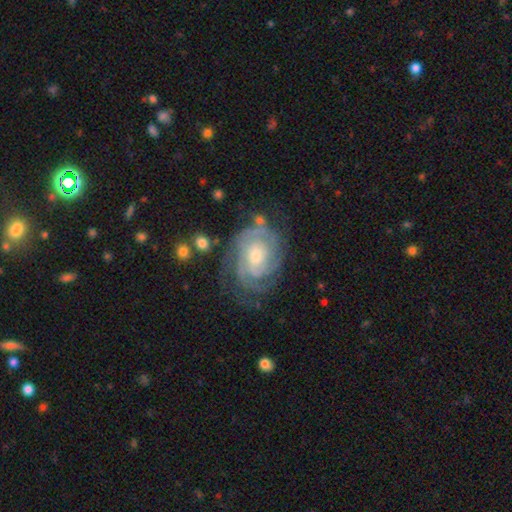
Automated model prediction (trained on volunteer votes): The model was most divided on "spiral arm count": can't tell: 33%, 3: 23%, 2: 20%, 4: 12%, more than 4: 6%, 1: 5%. More confident: edge-on disk — no (97%); spiral arms — yes (96%); smooth or featured — featured or disk (86%); spiral winding — tight (74%); bar — no (69%); merging — none (68%); bulge size — moderate (52%).